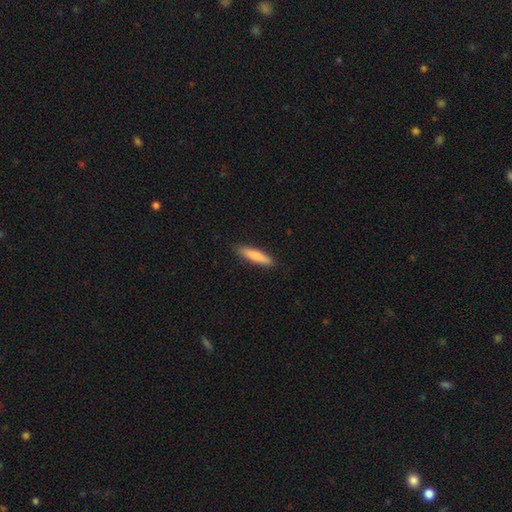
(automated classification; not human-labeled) This appears to be a smooth galaxy with no disk features (80%) that is cigar-shaped (81%). Merging: none (89%).